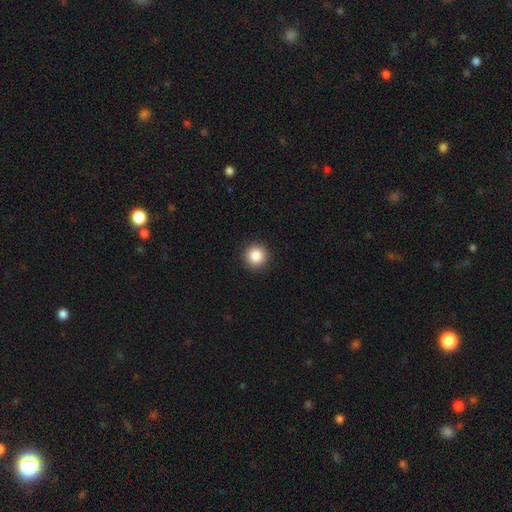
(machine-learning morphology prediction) Smooth or featured? Predicted: smooth (p=0.87). How rounded? Predicted: round (p=0.95). Merging? Predicted: none (p=0.93).